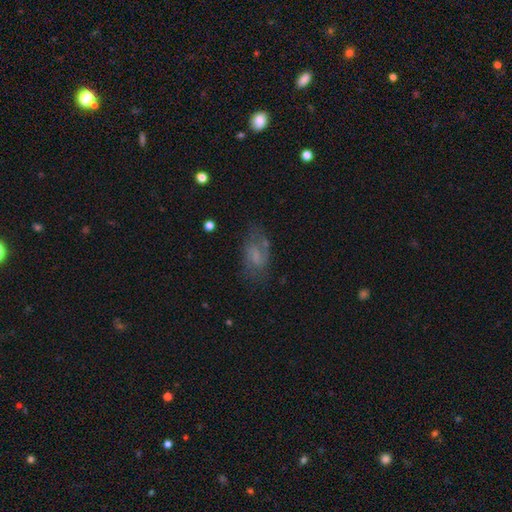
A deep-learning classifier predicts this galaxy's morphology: featured or disk 53%, smooth 34%, star or artifact 13%. Down the decision tree: edge-on disk — no (95%); bar — weak (45%); spiral arms — yes (72%); bulge size — none (48%); merging — none (57%).